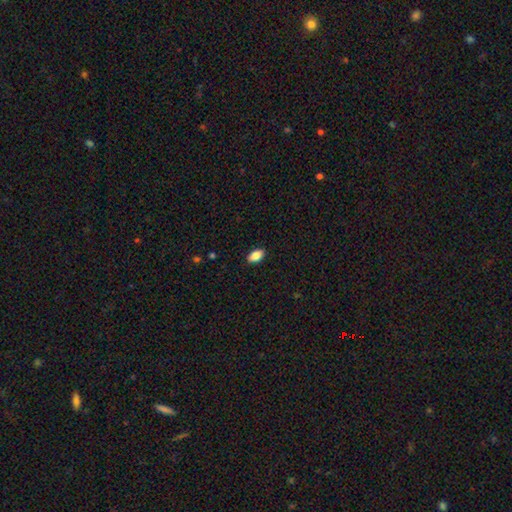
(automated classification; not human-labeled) smooth-or-featured: smooth: 85% | star or artifact: 8% | featured or disk: 7%
  how-rounded: in between: 91% | round: 5% | cigar-shaped: 4%
  merging: none: 88% | minor disturbance: 9% | major disturbance: 2% | merger: 1%